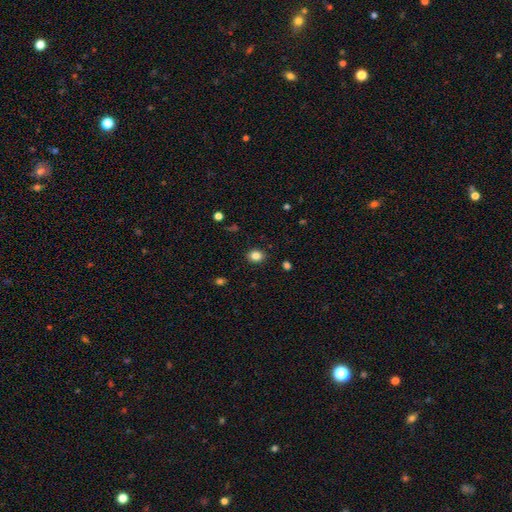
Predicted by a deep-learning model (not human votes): A smooth galaxy with no disk features (84%) that is round (56%).

Vote fractions:
- Smooth or featured? smooth: 84% / star or artifact: 11% / featured or disk: 6%
- How rounded? round: 56% / in between: 43% / cigar-shaped: 1%
- Merging? none: 89% / minor disturbance: 8% / major disturbance: 2% / merger: 1%